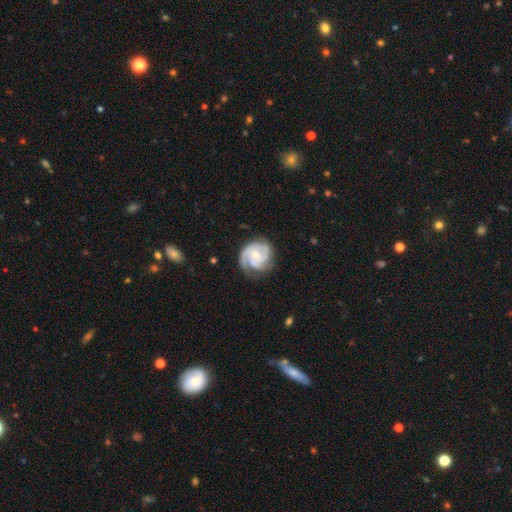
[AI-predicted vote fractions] The model was most divided on "bulge size": small: 52%, moderate: 43%, none: 2%, large: 2%, dominant: 1%. More confident: edge-on disk — no (98%); spiral arms — yes (97%); smooth or featured — featured or disk (85%); bar — no (71%); merging — none (69%); spiral winding — tight (58%); spiral arm count — 3 (54%).